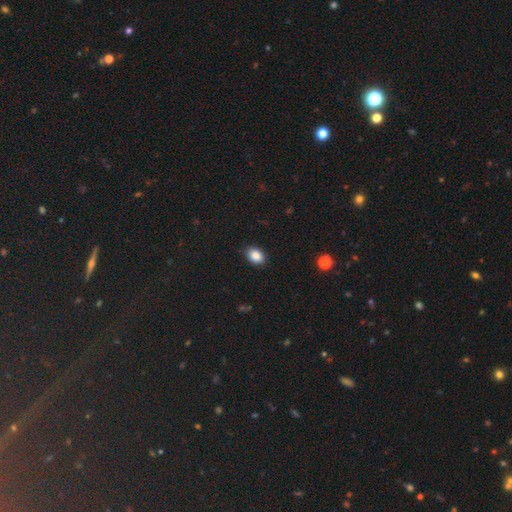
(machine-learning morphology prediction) smooth_or_featured: smooth (p=0.86) [alt: star or artifact p=0.09]
how_rounded: in between (p=0.75) [alt: round p=0.23]
merging: none (p=0.88) [alt: minor disturbance p=0.09]